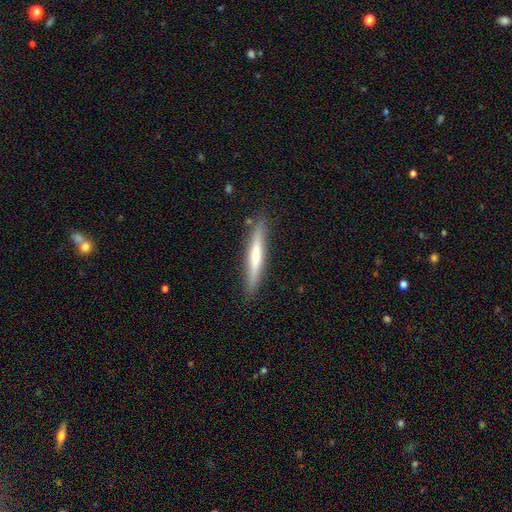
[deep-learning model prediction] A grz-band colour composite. It shows a smooth galaxy with no disk features (55%) that is cigar-shaped (94%). Merging: none (86%).